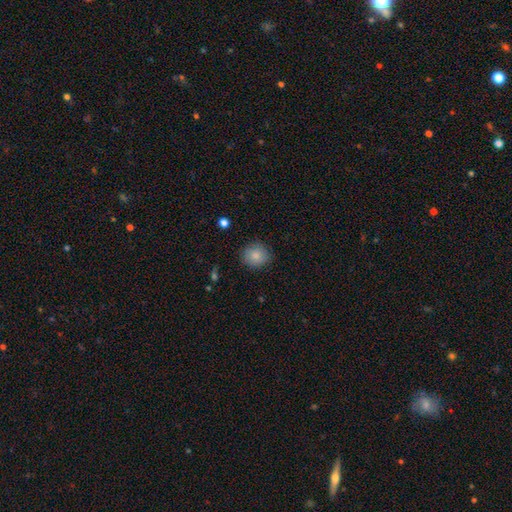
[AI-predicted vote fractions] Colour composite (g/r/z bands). It shows a smooth galaxy with no disk features (85%) that is round (84%). Merging: none (86%).